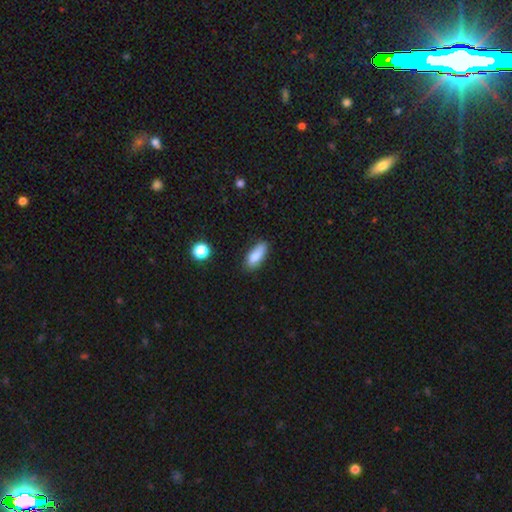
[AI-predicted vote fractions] smooth_or_featured: smooth (p=0.85) [alt: star or artifact p=0.08]
how_rounded: in between (p=0.71) [alt: cigar-shaped p=0.26]
merging: none (p=0.74) [alt: minor disturbance p=0.20]